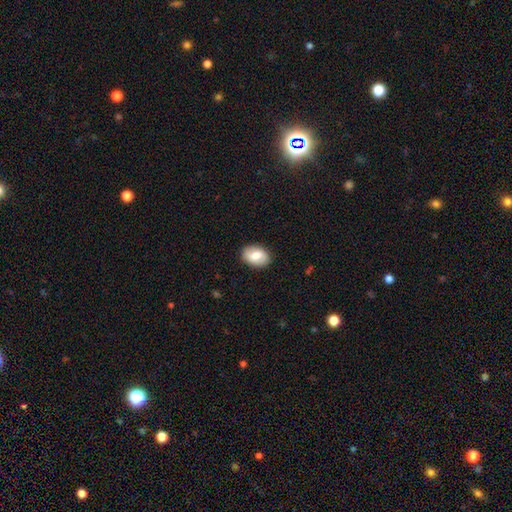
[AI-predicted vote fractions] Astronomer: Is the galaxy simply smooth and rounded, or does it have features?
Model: smooth — 71%.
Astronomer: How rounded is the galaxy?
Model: in between — 82%.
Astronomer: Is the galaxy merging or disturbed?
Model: none — 87%.